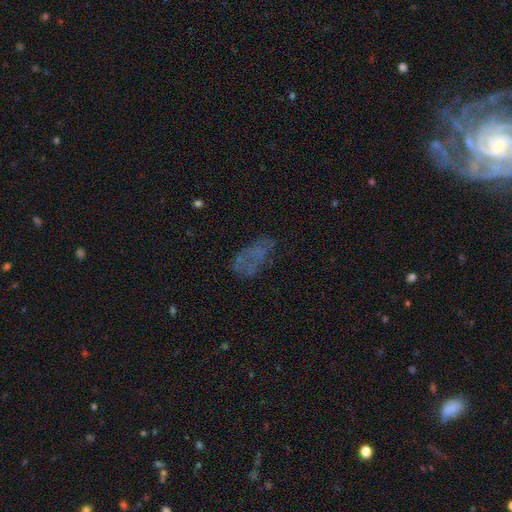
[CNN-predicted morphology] A smooth galaxy with no disk features (42%).

Vote fractions:
- Smooth or featured? smooth: 42% / featured or disk: 35% / star or artifact: 23%
- Merging? none: 55% / minor disturbance: 21% / major disturbance: 20% / merger: 4%